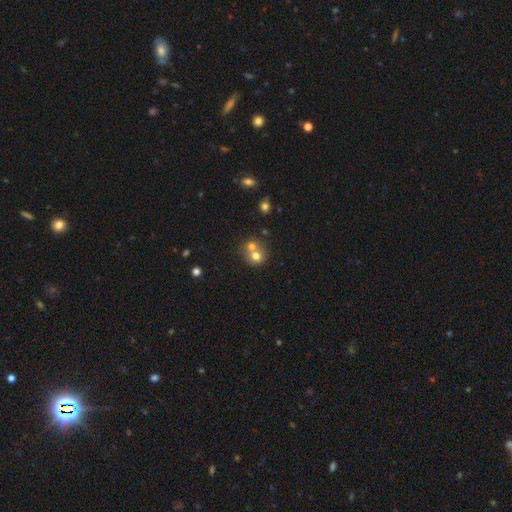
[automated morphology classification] smooth_or_featured: smooth (p=0.69) [alt: featured or disk p=0.19]
how_rounded: round (p=0.79) [alt: in between p=0.21]
merging: merger (p=0.57) [alt: none p=0.34]